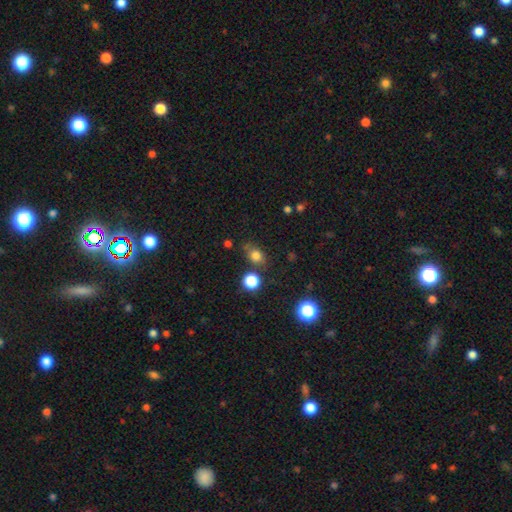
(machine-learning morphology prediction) Smooth or featured: smooth — 77% (star or artifact — 15%)
How rounded: round — 49% (tied with in between — 49%)
Merging: none — 69% (minor disturbance — 19%)